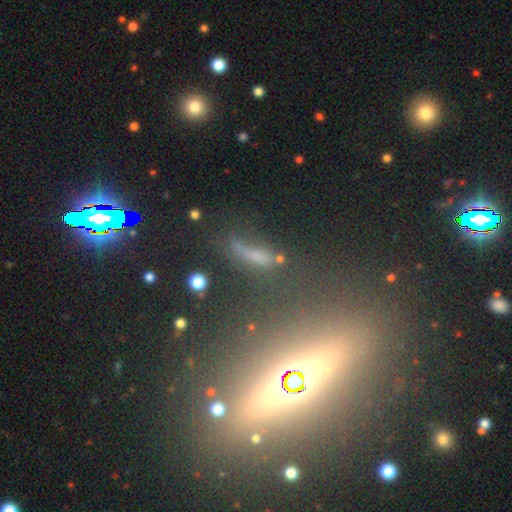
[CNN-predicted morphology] smooth 49%, star or artifact 28%, featured or disk 23%. Down the decision tree: merging — none (53%).